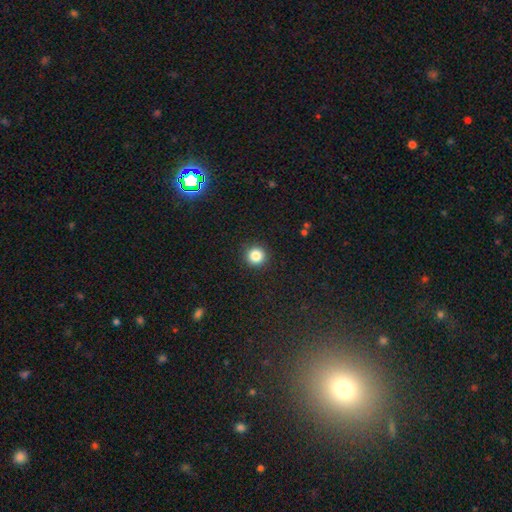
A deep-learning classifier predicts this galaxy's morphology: Q: Smooth or featured?
A: smooth (85%); runner-up: star or artifact (11%)
Q: How rounded?
A: round (95%); runner-up: in between (4%)
Q: Merging?
A: none (92%); runner-up: minor disturbance (5%)